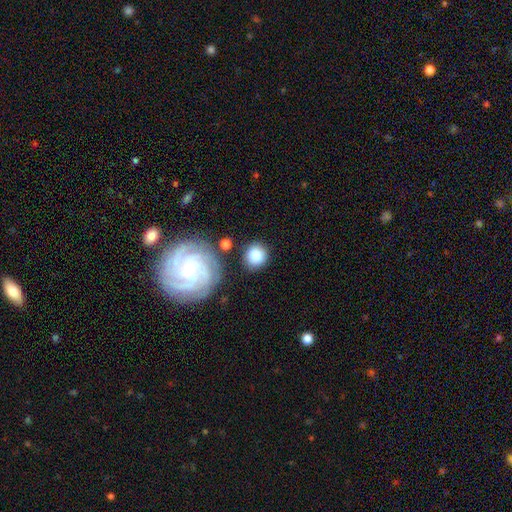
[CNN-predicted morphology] Smooth or featured: smooth — 78% (featured or disk — 14%)
How rounded: round — 84% (in between — 15%)
Merging: none — 76% (minor disturbance — 12%)